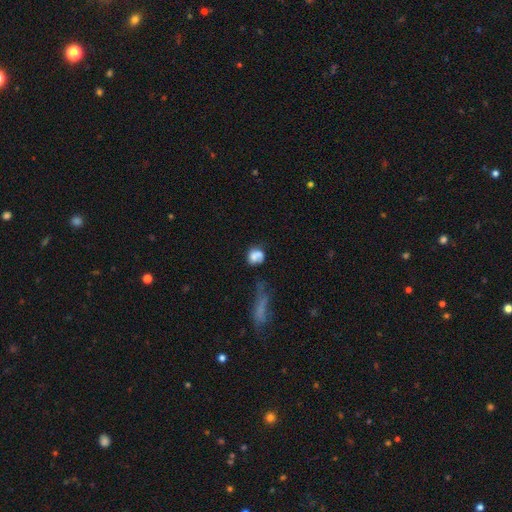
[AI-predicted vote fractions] Smooth or featured?
  - smooth: 66% *
  - featured or disk: 21%
  - star or artifact: 13%
How rounded?
  - round: 61% *
  - in between: 36%
  - cigar-shaped: 3%
Merging?
  - none: 38% *
  - merger: 26%
  - minor disturbance: 19%
  - major disturbance: 17%